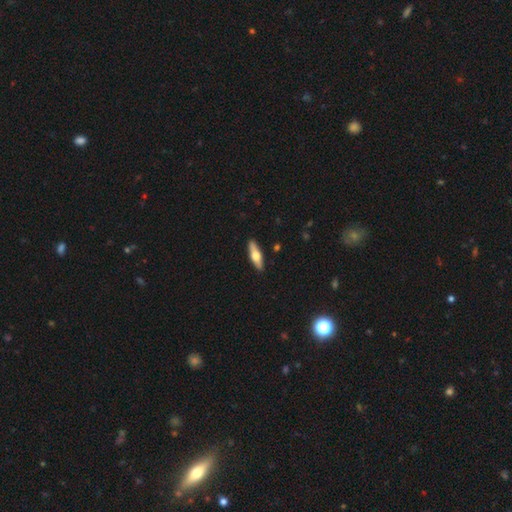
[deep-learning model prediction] This appears to be a featured or disk galaxy (49%). Merging: none (91%).